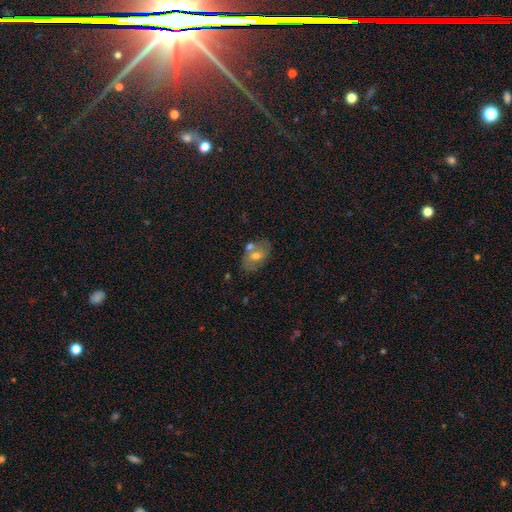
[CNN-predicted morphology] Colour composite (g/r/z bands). It shows a smooth galaxy with no disk features (51%) that is in between round and cigar-shaped (84%). Merging: none (60%).